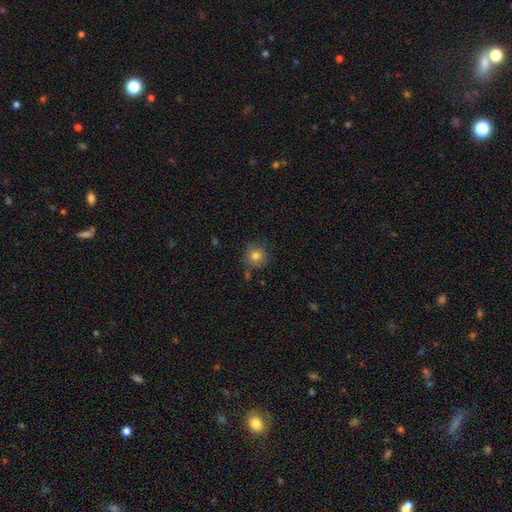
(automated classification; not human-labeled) Smooth or featured?
  - smooth: 80% *
  - star or artifact: 11%
  - featured or disk: 8%
How rounded?
  - round: 89% *
  - in between: 10%
  - cigar-shaped: 1%
Merging?
  - none: 78% *
  - minor disturbance: 14%
  - merger: 5%
  - major disturbance: 3%